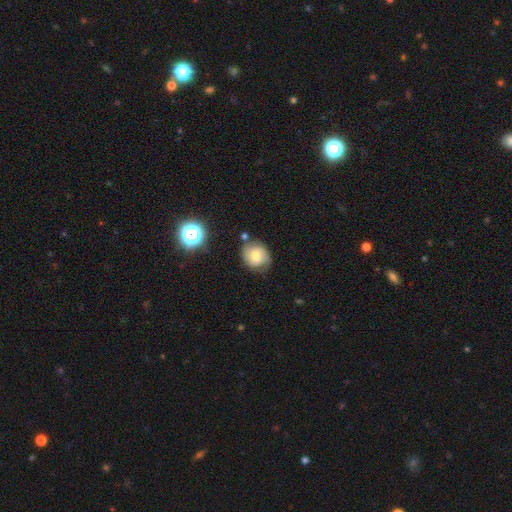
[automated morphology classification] A smooth galaxy with no disk features (58%) that is round (76%). Merging: none (64%).